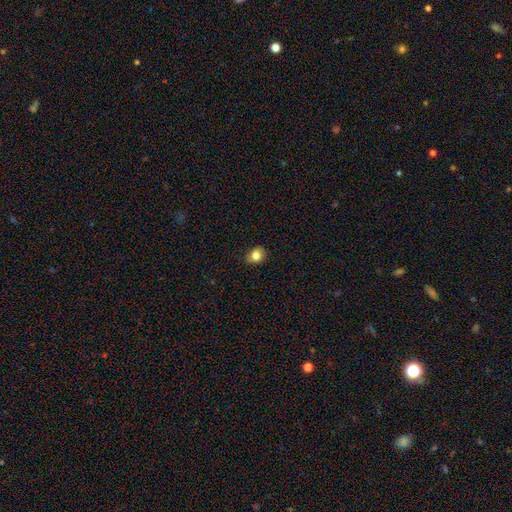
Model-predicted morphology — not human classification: Smooth or featured? smooth (82%)
How rounded? round (61%)
Merging? none (83%)